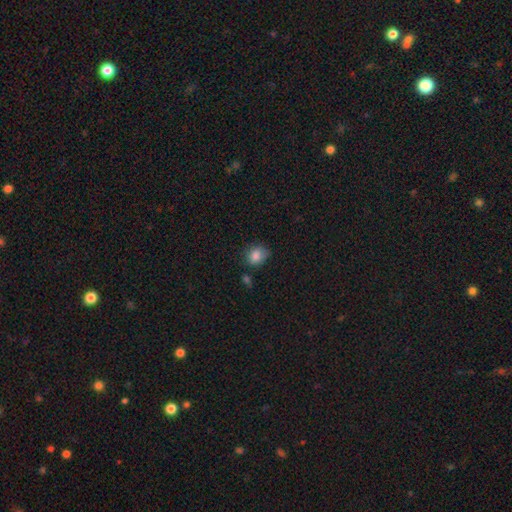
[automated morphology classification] type=smooth (83%); roundness=in between (50%); merging=none (59%).